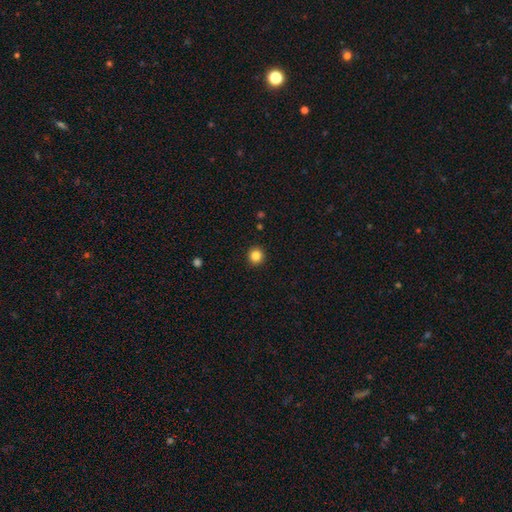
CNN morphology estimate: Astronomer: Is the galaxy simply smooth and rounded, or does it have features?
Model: smooth — 84%.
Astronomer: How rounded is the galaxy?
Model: round — 94%.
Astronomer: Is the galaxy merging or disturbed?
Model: none — 93%.